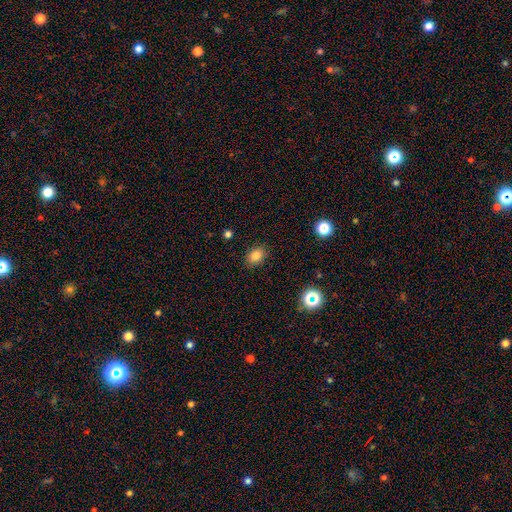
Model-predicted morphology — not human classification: Smooth or featured?
  - smooth: 82% *
  - star or artifact: 12%
  - featured or disk: 5%
How rounded?
  - in between: 69% *
  - round: 30%
  - cigar-shaped: 1%
Merging?
  - none: 87% *
  - minor disturbance: 9%
  - major disturbance: 3%
  - merger: 1%